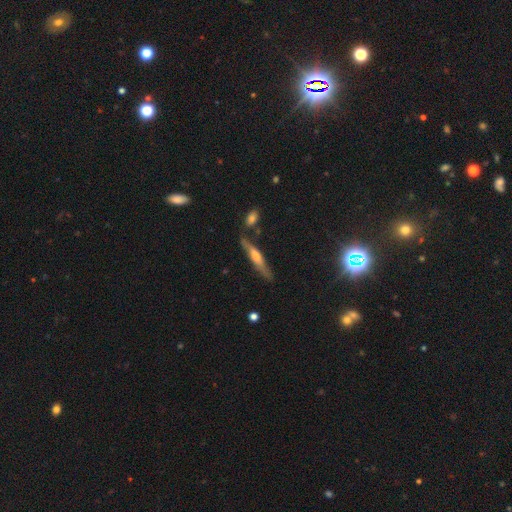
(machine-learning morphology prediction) A featured or disk galaxy (60%) viewed edge-on (92%) with a rounded central bulge (63%).

Vote fractions:
- Smooth or featured? featured or disk: 60% / smooth: 29% / star or artifact: 11%
- Edge-on disk? yes: 92% / no: 8%
- Edge-on bulge? rounded: 63% / boxy: 23% / none: 14%
- Merging? none: 75% / minor disturbance: 15% / merger: 6% / major disturbance: 4%